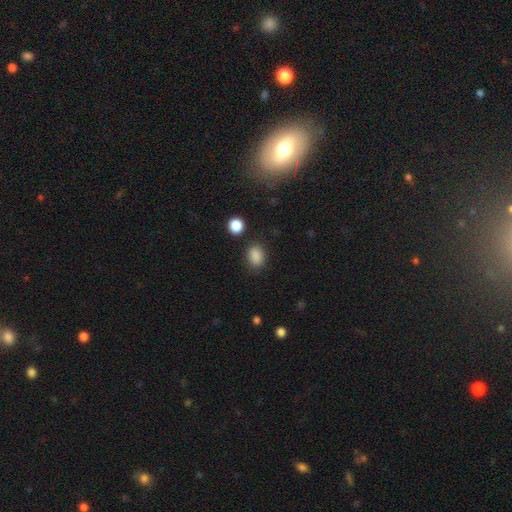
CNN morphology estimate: Smooth or featured? smooth (87%)
How rounded? in between (67%)
Merging? none (82%)